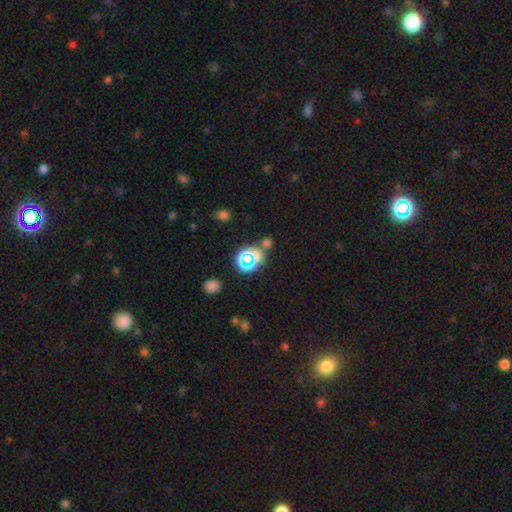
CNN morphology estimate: Smooth or featured: star or artifact — 50% (smooth — 42%)